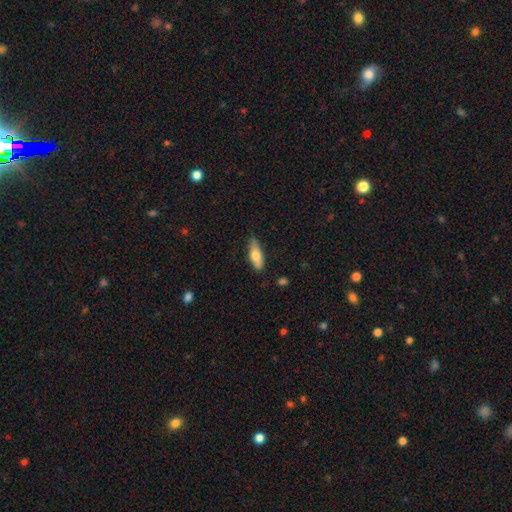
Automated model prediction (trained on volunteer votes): smooth 71%, featured or disk 23%, star or artifact 6%. Down the decision tree: how rounded — in between (63%); merging — none (74%).